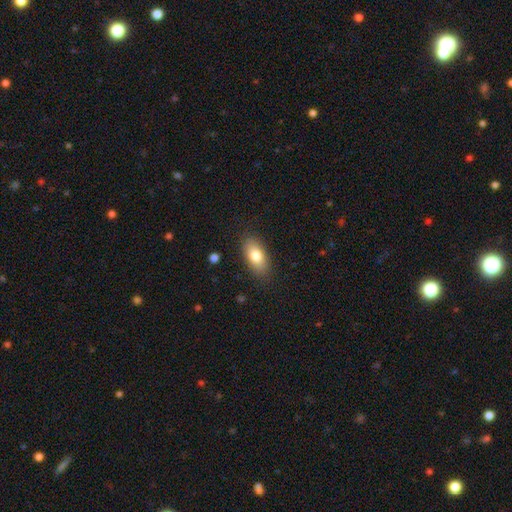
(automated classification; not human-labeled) Q: Smooth or featured?
A: smooth (79%); runner-up: featured or disk (14%)
Q: How rounded?
A: in between (89%); runner-up: cigar-shaped (6%)
Q: Merging?
A: none (85%); runner-up: minor disturbance (11%)